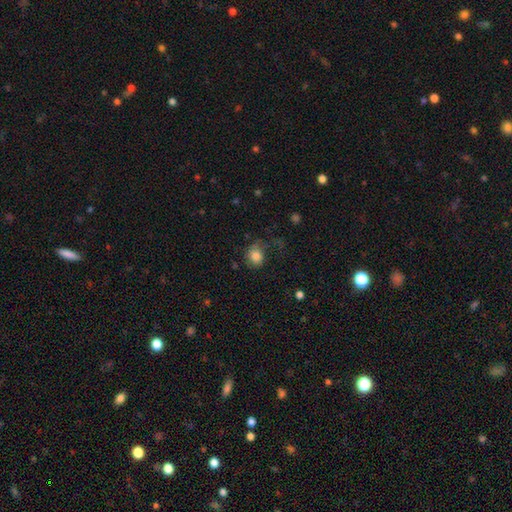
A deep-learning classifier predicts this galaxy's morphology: Smooth or featured: smooth — 81% (featured or disk — 9%)
How rounded: round — 71% (in between — 28%)
Merging: none — 47% (major disturbance — 26%)